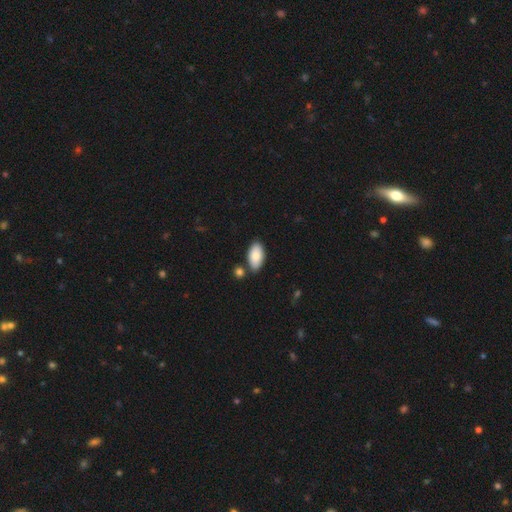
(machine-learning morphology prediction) Smooth or featured? smooth (84%)
How rounded? in between (94%)
Merging? none (77%)